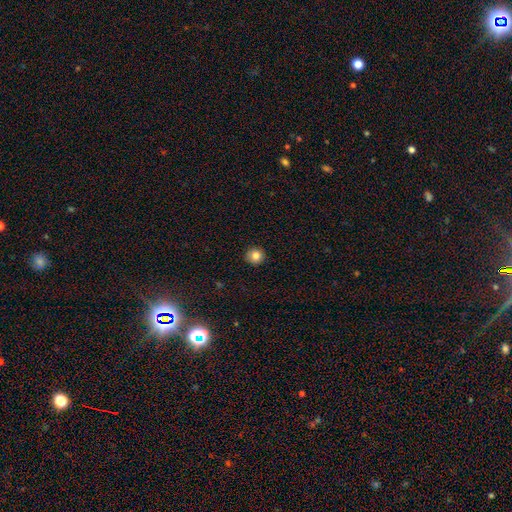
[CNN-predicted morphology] This is clearly a smooth galaxy (83%). How rounded: clearly round (93%). Merging: clearly none (91%).